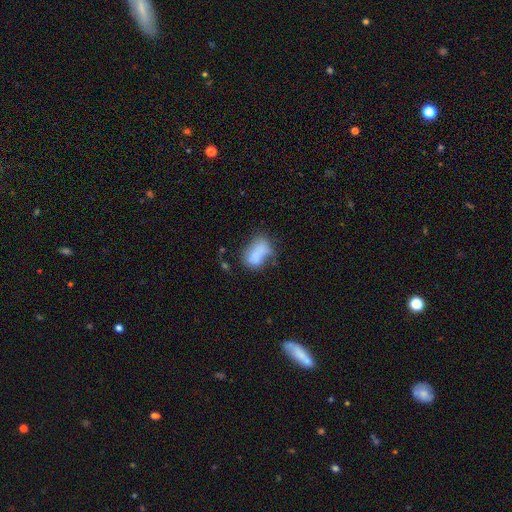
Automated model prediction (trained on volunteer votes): A smooth galaxy with no disk features (73%) that is in between round and cigar-shaped (88%). Merging: none (30%).